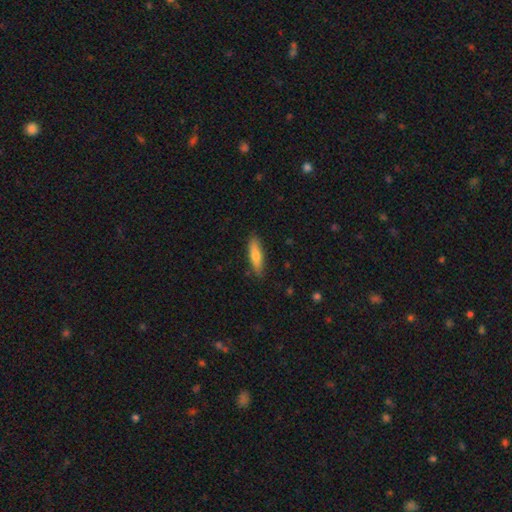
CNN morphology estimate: This is likely a smooth galaxy (70%). How rounded: likely cigar-shaped (63%). Merging: clearly none (85%).